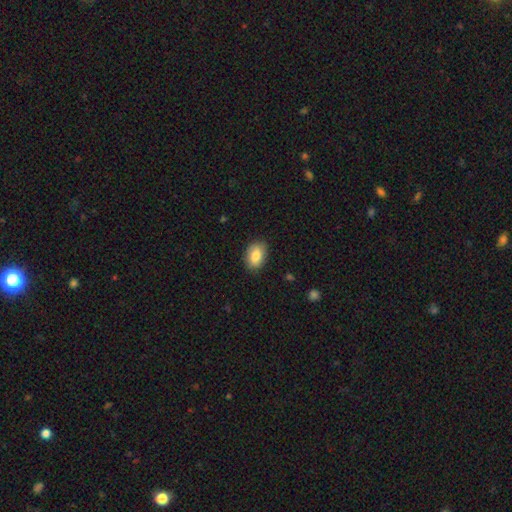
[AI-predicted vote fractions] A smooth galaxy with no disk features (84%) that is in between round and cigar-shaped (85%).

Vote fractions:
- Smooth or featured? smooth: 84% / featured or disk: 9% / star or artifact: 7%
- How rounded? in between: 85% / round: 14% / cigar-shaped: 1%
- Merging? none: 86% / minor disturbance: 11% / major disturbance: 2% / merger: 1%